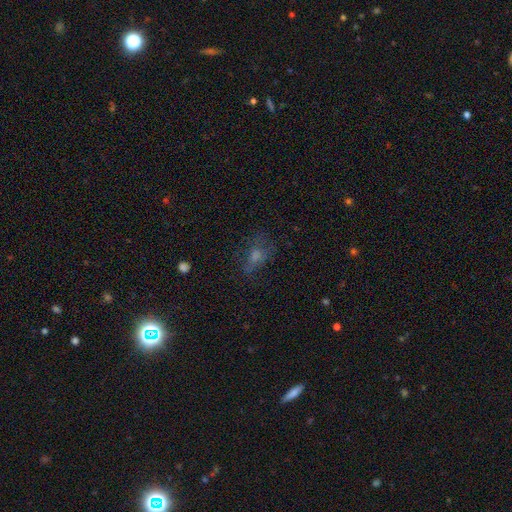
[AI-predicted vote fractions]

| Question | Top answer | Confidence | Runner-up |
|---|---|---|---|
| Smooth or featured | smooth | 46% | featured or disk (27%) |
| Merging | none | 54% | major disturbance (22%) |